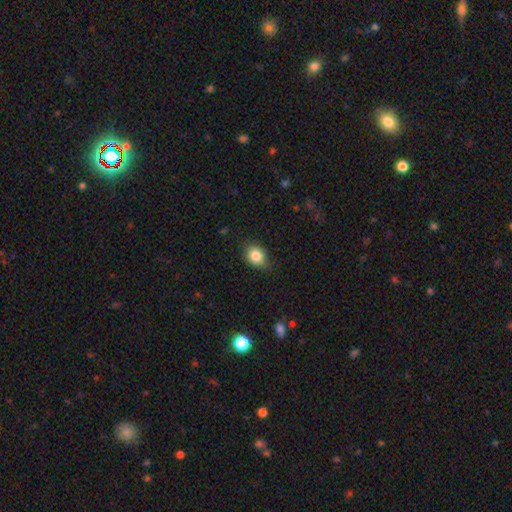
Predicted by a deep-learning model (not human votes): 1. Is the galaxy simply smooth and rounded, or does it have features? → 84% smooth, 9% star or artifact, 6% featured or disk.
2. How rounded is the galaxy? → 51% round, 48% in between, 1% cigar-shaped.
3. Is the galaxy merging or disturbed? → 80% none, 16% minor disturbance, 3% major disturbance, 1% merger.